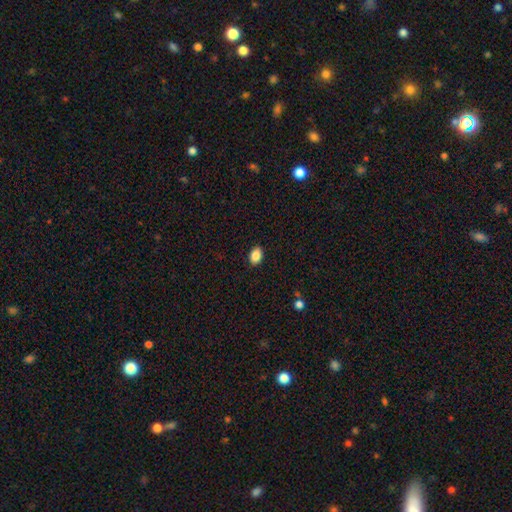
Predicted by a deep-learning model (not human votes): smooth-or-featured: smooth: 87% | star or artifact: 8% | featured or disk: 5%
  how-rounded: in between: 83% | round: 16% | cigar-shaped: 1%
  merging: none: 89% | minor disturbance: 8% | major disturbance: 2% | merger: 1%